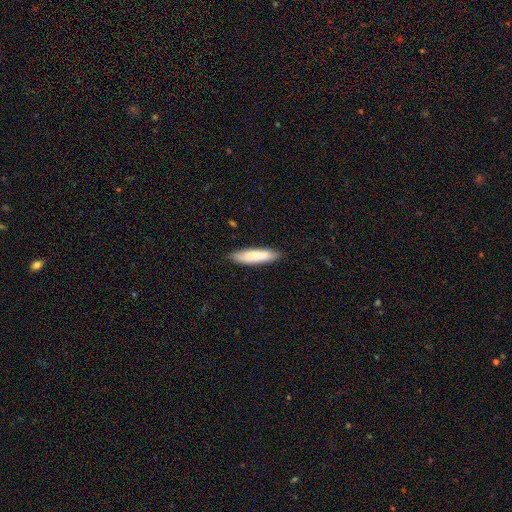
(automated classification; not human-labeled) A smooth galaxy with no disk features (79%) that is cigar-shaped (69%). Merging: none (85%).